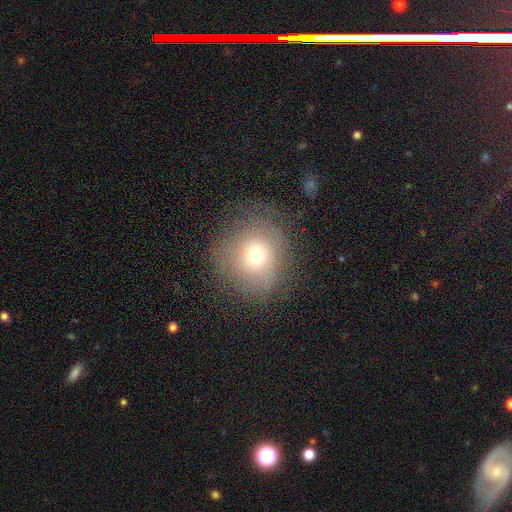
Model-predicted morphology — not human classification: Smooth or featured? smooth (67%)
How rounded? round (83%)
Merging? none (68%)